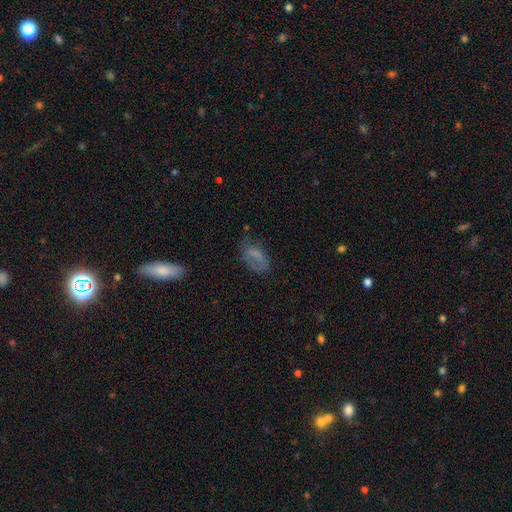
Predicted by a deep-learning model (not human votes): This is likely a smooth galaxy (61%). How rounded: clearly in between (89%). Merging: possibly none (48%).